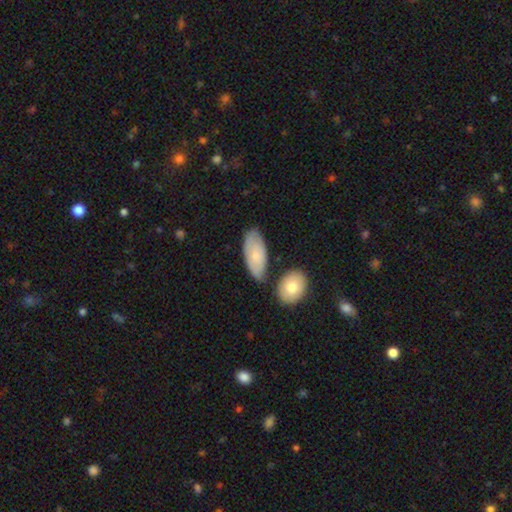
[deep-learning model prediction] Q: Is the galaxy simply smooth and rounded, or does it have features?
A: smooth — 70%.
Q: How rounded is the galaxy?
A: in between — 91%.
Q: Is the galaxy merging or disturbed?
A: none — 66%.